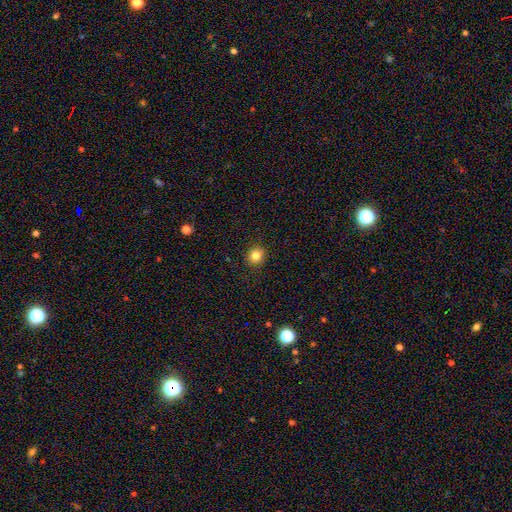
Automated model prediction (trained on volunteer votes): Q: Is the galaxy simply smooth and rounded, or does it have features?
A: smooth — 82%.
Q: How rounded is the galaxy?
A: round — 84%.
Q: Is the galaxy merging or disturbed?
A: none — 90%.